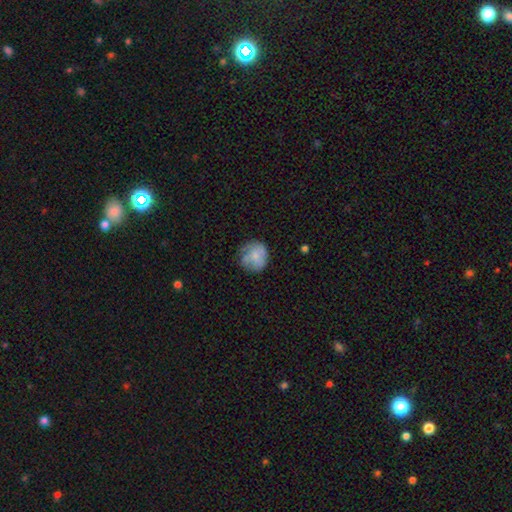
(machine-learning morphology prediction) A smooth galaxy with no disk features (66%) that is round (84%).

Vote fractions:
- Smooth or featured? smooth: 66% / featured or disk: 26% / star or artifact: 8%
- How rounded? round: 84% / in between: 15% / cigar-shaped: 1%
- Merging? none: 61% / minor disturbance: 25% / major disturbance: 11% / merger: 3%